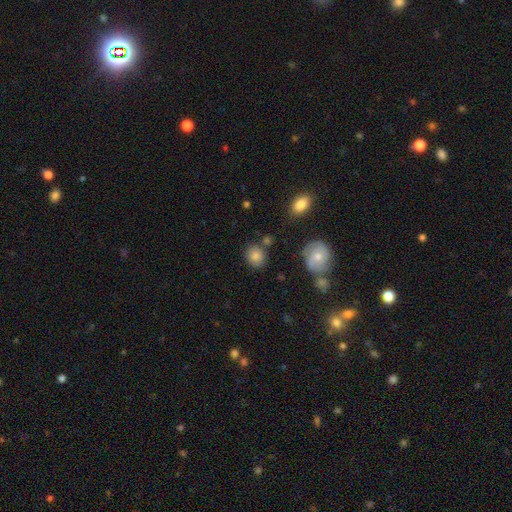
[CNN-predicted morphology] smooth-or-featured: smooth: 83% | star or artifact: 9% | featured or disk: 8%
  how-rounded: round: 71% | in between: 28% | cigar-shaped: 1%
  merging: none: 76% | minor disturbance: 13% | merger: 7% | major disturbance: 4%